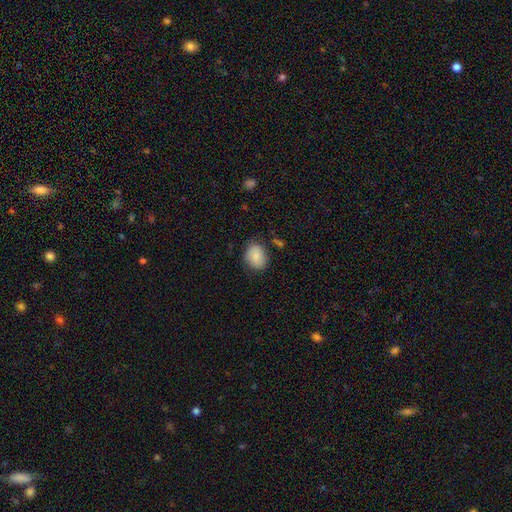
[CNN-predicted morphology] smooth_or_featured: smooth (p=0.84) [alt: featured or disk p=0.09]
how_rounded: in between (p=0.54) [alt: round p=0.45]
merging: none (p=0.76) [alt: minor disturbance p=0.18]